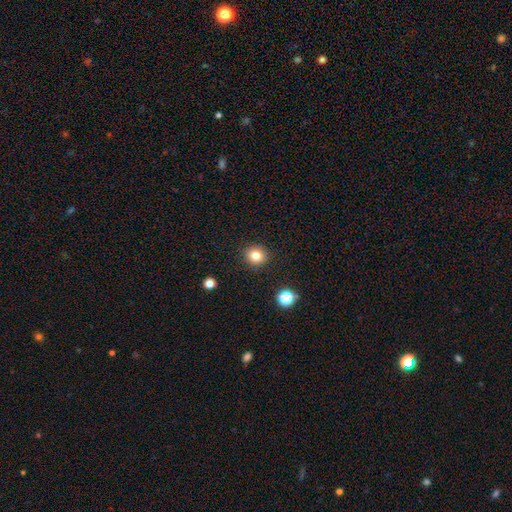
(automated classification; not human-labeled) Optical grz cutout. It shows a smooth galaxy with no disk features (83%) that is round (87%). Merging: none (90%).